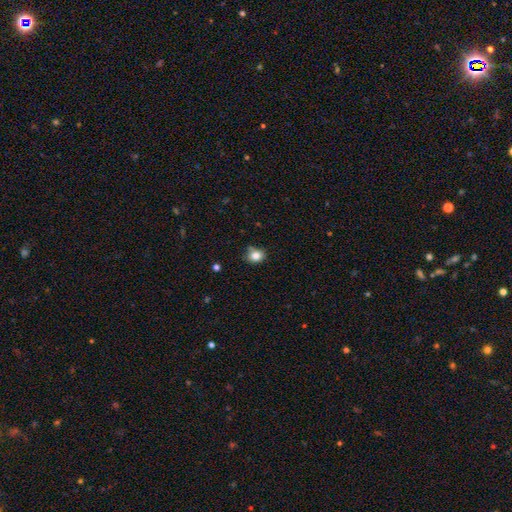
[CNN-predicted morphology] Smooth or featured?
  - smooth: 82% *
  - star or artifact: 11%
  - featured or disk: 7%
How rounded?
  - round: 58% *
  - in between: 41%
  - cigar-shaped: 1%
Merging?
  - none: 73% *
  - minor disturbance: 19%
  - merger: 5%
  - major disturbance: 3%